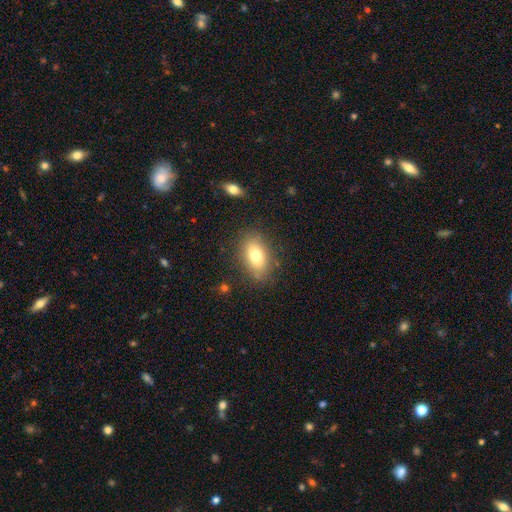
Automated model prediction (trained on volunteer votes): Smooth or featured? smooth (76%)
How rounded? in between (87%)
Merging? none (82%)